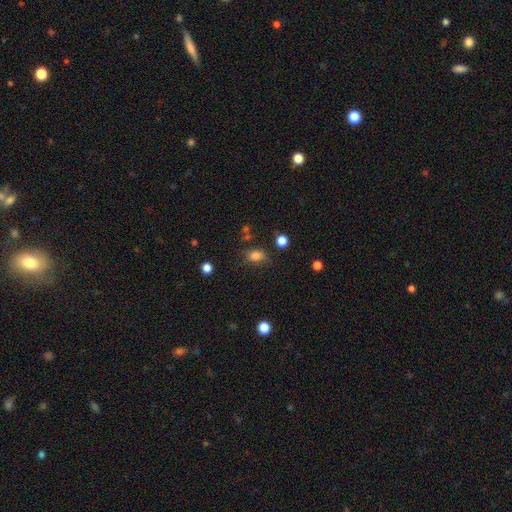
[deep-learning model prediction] Smooth or featured? Predicted: smooth (p=0.81). How rounded? Predicted: in between (p=0.71). Merging? Predicted: none (p=0.73).